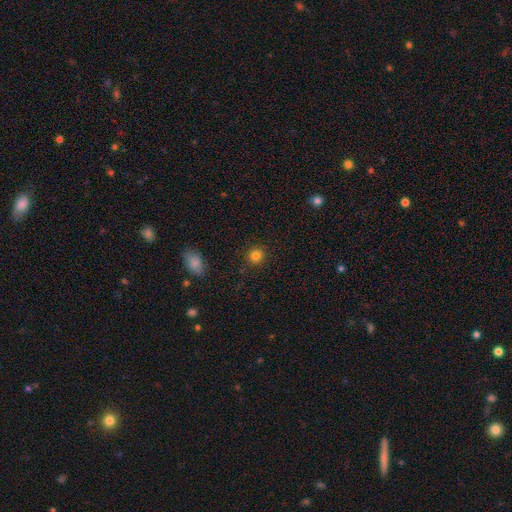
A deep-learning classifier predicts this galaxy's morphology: The model was most divided on "smooth or featured": smooth: 82%, star or artifact: 13%, featured or disk: 5%. More confident: merging — none (89%); how rounded — round (89%).